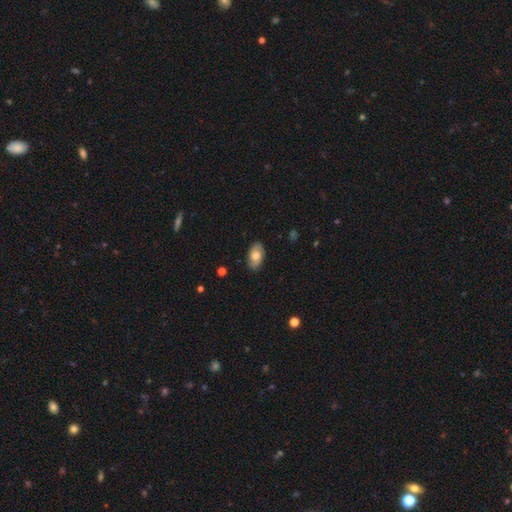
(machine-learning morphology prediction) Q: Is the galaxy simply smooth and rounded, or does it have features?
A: smooth — 60%.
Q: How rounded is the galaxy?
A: in between — 92%.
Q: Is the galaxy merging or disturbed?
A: none — 84%.